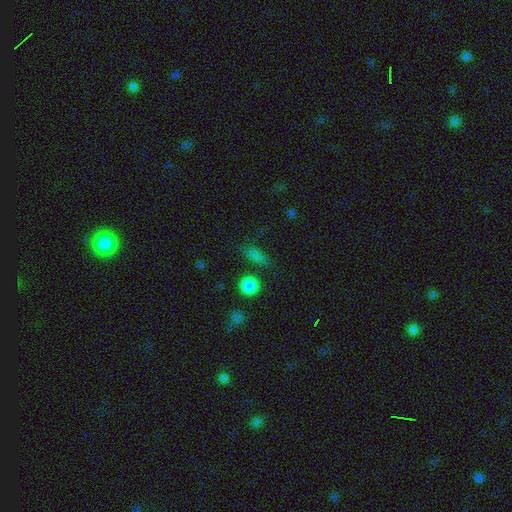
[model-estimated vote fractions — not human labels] smooth-or-featured: smooth: 75% | star or artifact: 18% | featured or disk: 7%
  how-rounded: in between: 56% | cigar-shaped: 27% | round: 17%
  merging: none: 76% | minor disturbance: 14% | major disturbance: 6% | merger: 4%